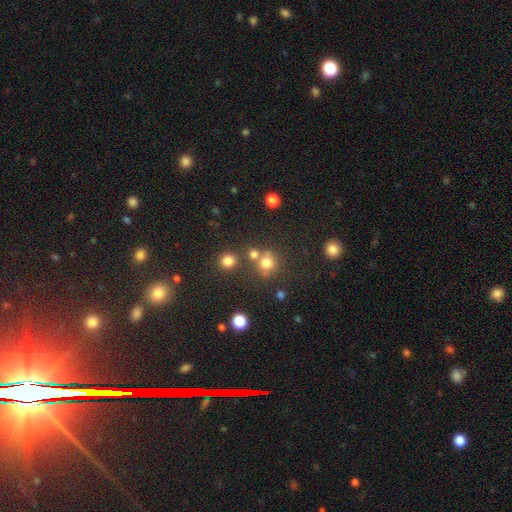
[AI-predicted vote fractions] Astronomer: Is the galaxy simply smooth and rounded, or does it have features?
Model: smooth — 63%.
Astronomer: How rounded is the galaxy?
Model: round — 88%.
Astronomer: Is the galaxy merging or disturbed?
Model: none — 65%.